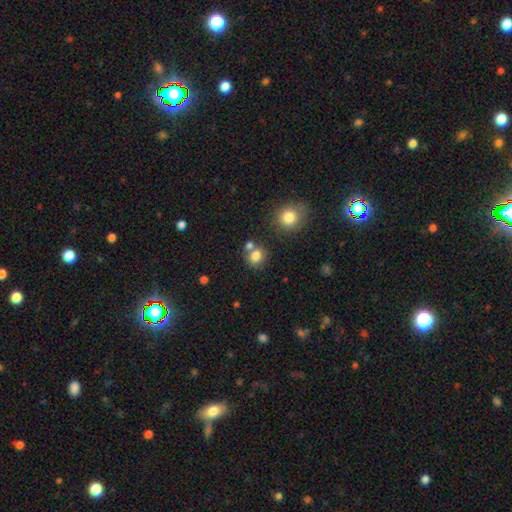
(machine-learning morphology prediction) Q: Smooth or featured?
A: smooth (80%); runner-up: star or artifact (12%)
Q: How rounded?
A: round (73%); runner-up: in between (26%)
Q: Merging?
A: none (63%); runner-up: merger (23%)